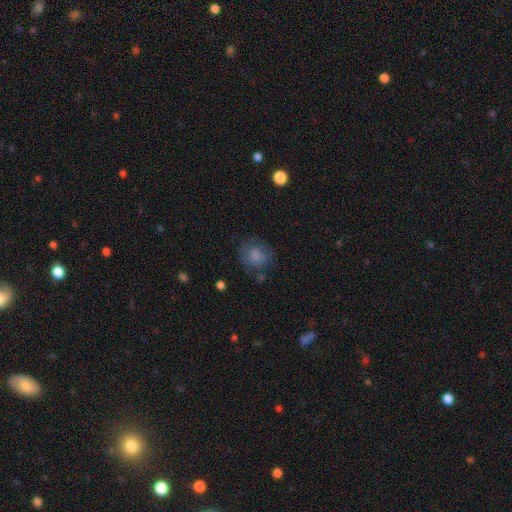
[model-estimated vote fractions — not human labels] A smooth galaxy with no disk features (75%) that is round (78%). Merging: none (65%).